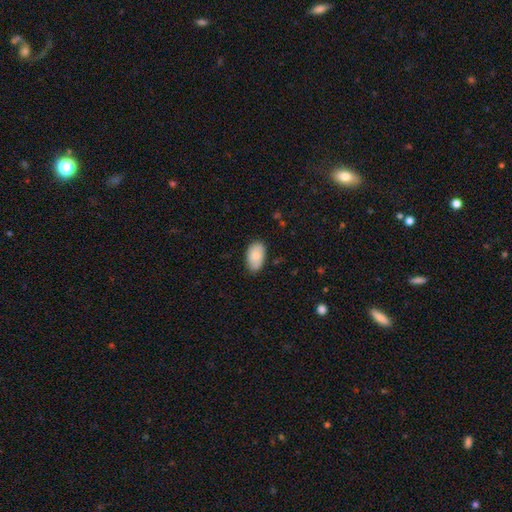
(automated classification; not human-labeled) Smooth or featured? Predicted: smooth (p=0.79). How rounded? Predicted: in between (p=0.93). Merging? Predicted: none (p=0.74).